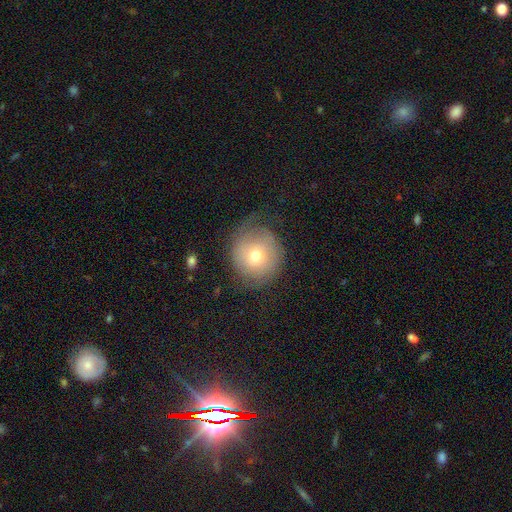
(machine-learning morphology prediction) smooth-or-featured: smooth: 55% | featured or disk: 36% | star or artifact: 10%
  how-rounded: round: 87% | in between: 12% | cigar-shaped: 1%
  merging: none: 62% | minor disturbance: 22% | major disturbance: 14% | merger: 1%